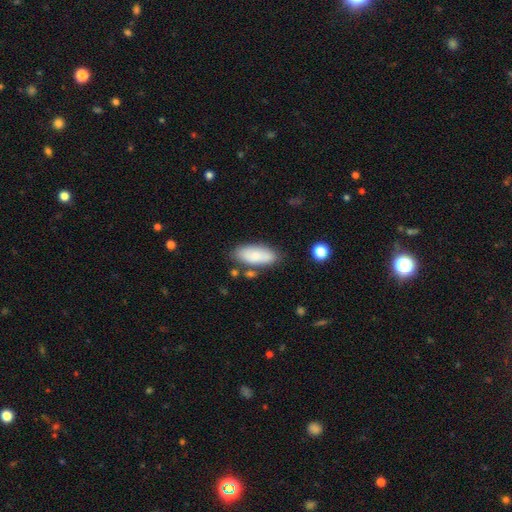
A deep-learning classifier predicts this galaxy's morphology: A smooth galaxy with no disk features (80%) that is in between round and cigar-shaped (81%). Merging: none (75%).